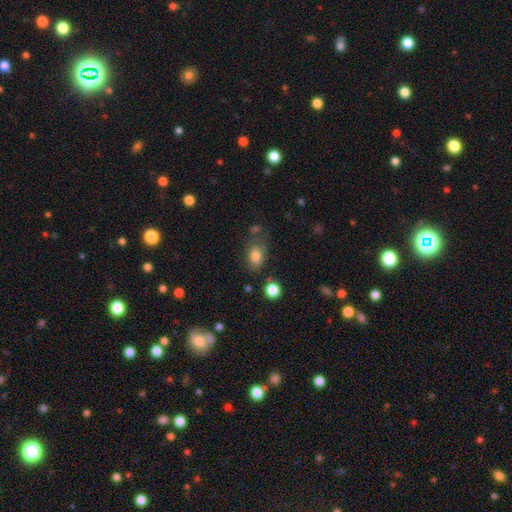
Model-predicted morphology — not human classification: smooth_or_featured: smooth (p=0.81) [alt: star or artifact p=0.10]
how_rounded: in between (p=0.78) [alt: round p=0.20]
merging: none (p=0.64) [alt: minor disturbance p=0.20]